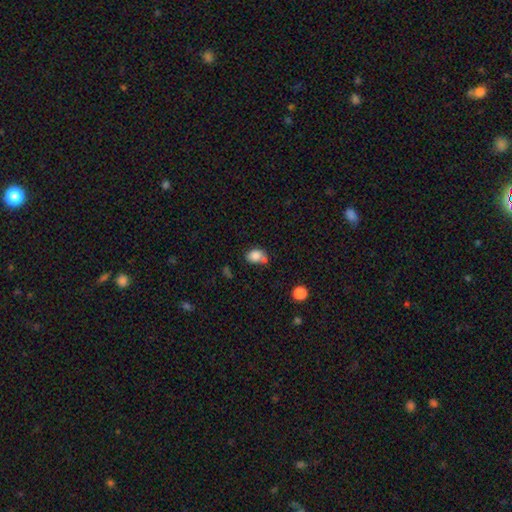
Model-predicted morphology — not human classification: type=smooth (82%); roundness=in between (65%); merging=none (45%).